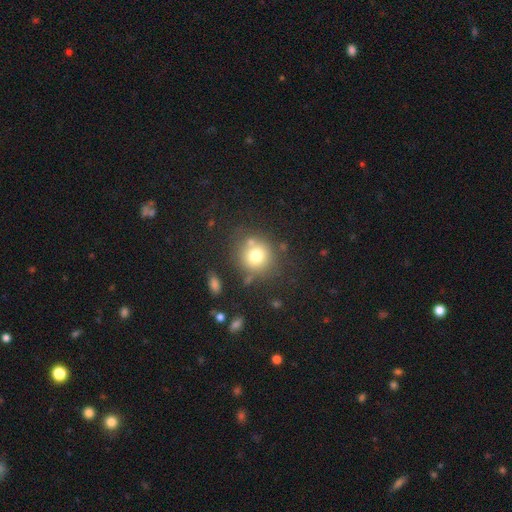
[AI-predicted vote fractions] Overall: smooth (74%). How rounded: round (89%). Merging: none (72%).